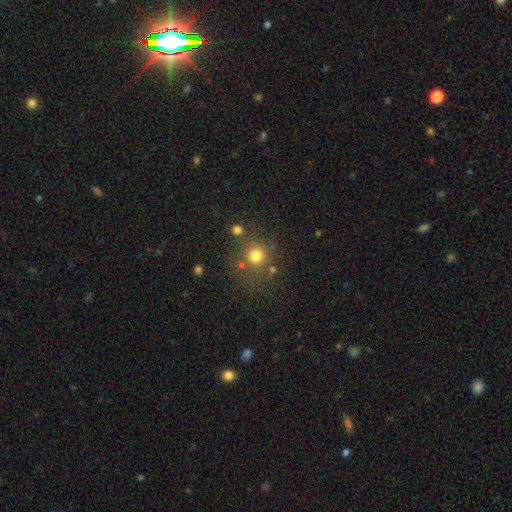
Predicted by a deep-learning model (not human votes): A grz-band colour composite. It shows a smooth galaxy with no disk features (76%) that is round (92%). Merging: none (74%).